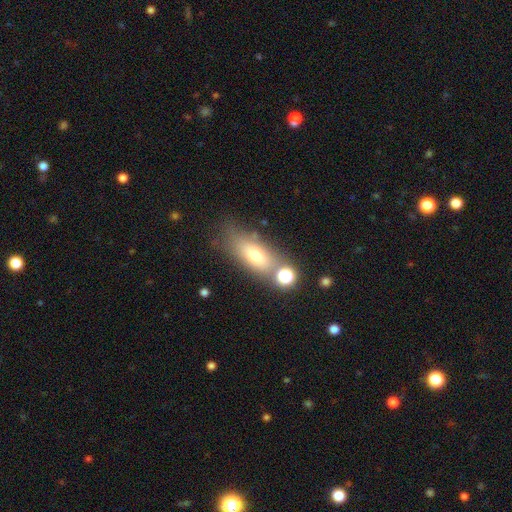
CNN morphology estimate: smooth-or-featured: smooth: 66% | featured or disk: 22% | star or artifact: 12%
  how-rounded: in between: 73% | cigar-shaped: 19% | round: 8%
  merging: none: 62% | minor disturbance: 17% | merger: 14% | major disturbance: 7%